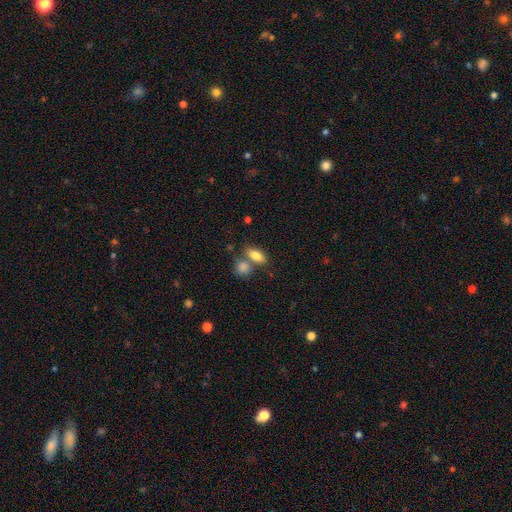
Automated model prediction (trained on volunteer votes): Smooth or featured: smooth — 81% (featured or disk — 11%)
How rounded: in between — 82% (cigar-shaped — 10%)
Merging: none — 58% (merger — 28%)